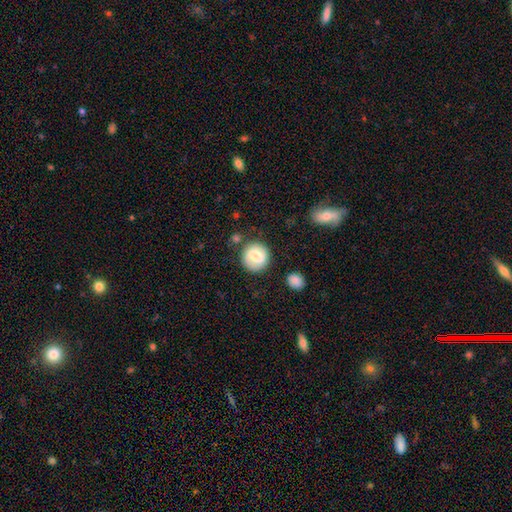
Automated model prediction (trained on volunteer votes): Q: Smooth or featured?
A: smooth (52%); runner-up: featured or disk (41%)
Q: How rounded?
A: round (86%); runner-up: in between (13%)
Q: Merging?
A: none (80%); runner-up: minor disturbance (12%)